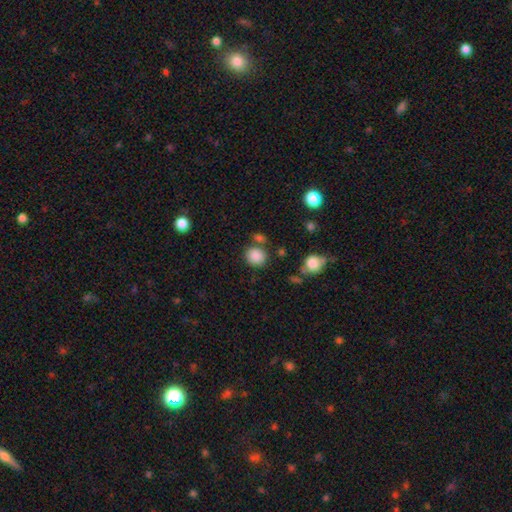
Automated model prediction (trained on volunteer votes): Smooth or featured? Predicted: smooth (p=0.86). How rounded? Predicted: round (p=0.82). Merging? Predicted: none (p=0.74).